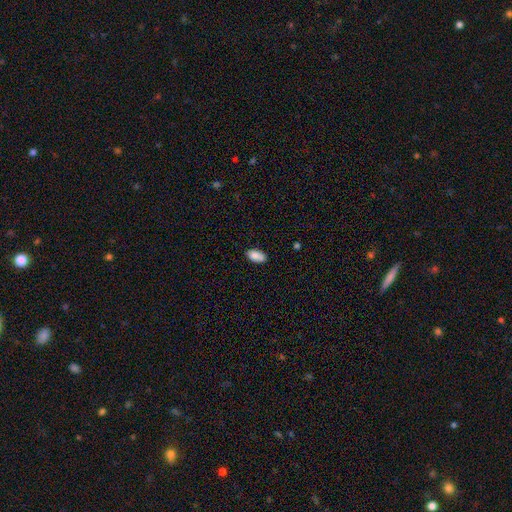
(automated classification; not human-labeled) Morphology: type=smooth (87%); roundness=in between (93%); merging=none (84%).